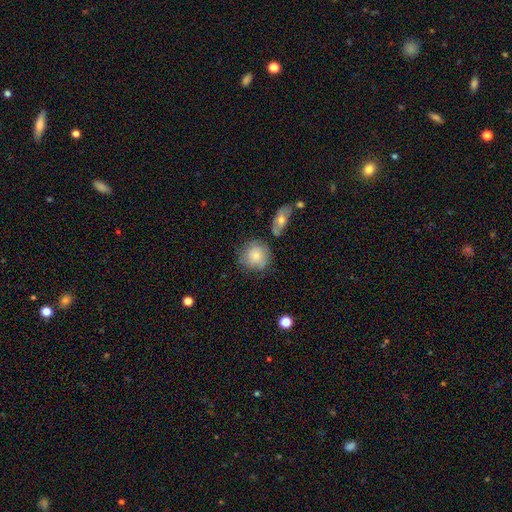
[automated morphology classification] smooth 68%, featured or disk 24%, star or artifact 7%. Down the decision tree: how rounded — round (85%); merging — none (66%).